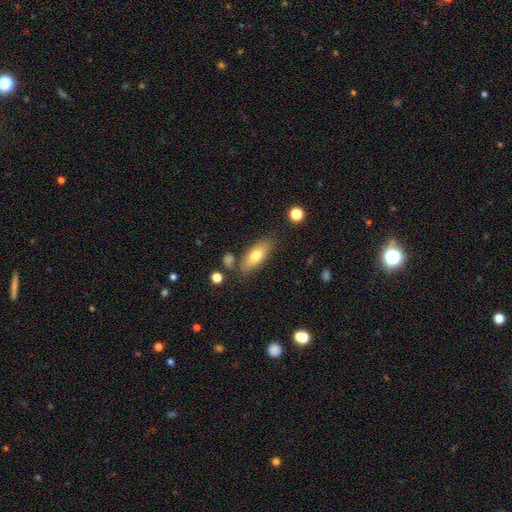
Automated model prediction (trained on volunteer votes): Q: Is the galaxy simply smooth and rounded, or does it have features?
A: smooth — 72%.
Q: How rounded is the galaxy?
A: in between — 78%.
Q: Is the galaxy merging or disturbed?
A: none — 76%.